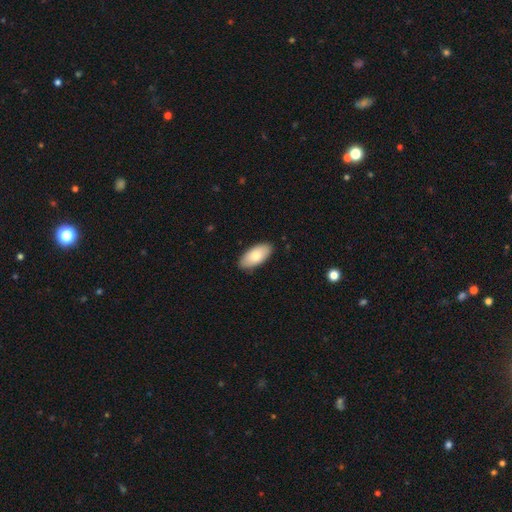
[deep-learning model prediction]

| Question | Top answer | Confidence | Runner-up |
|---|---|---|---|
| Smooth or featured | smooth | 81% | featured or disk (14%) |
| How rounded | in between | 93% | cigar-shaped (5%) |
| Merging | none | 88% | minor disturbance (9%) |